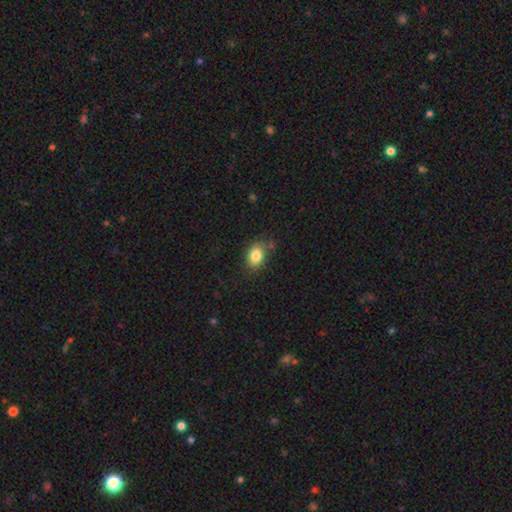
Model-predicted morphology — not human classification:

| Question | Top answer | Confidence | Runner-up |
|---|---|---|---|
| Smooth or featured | smooth | 84% | star or artifact (9%) |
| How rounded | in between | 70% | round (29%) |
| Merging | none | 73% | minor disturbance (18%) |